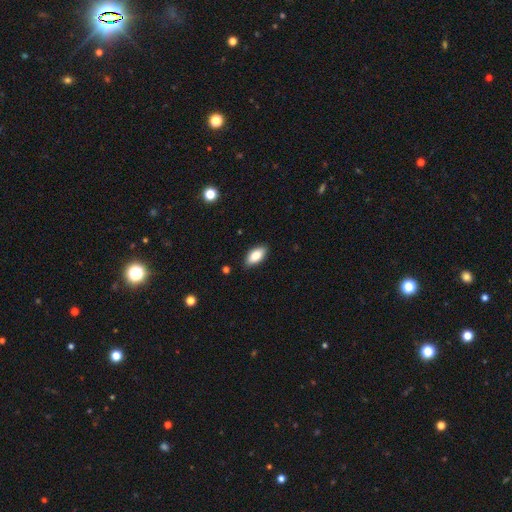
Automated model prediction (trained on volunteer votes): smooth 83%, featured or disk 10%, star or artifact 7%. Down the decision tree: how rounded — in between (90%); merging — none (88%).